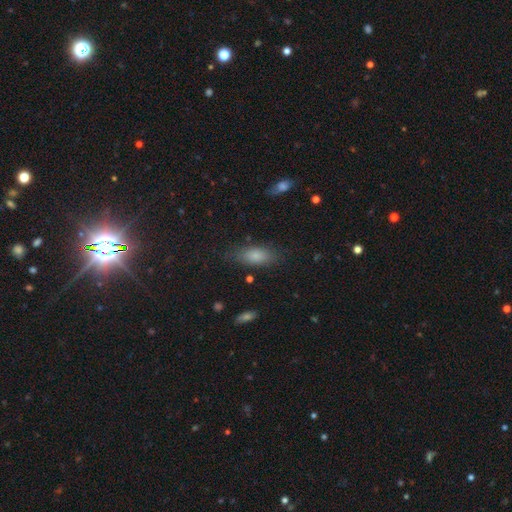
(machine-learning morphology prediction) type=smooth (81%); roundness=in between (84%); merging=none (76%).